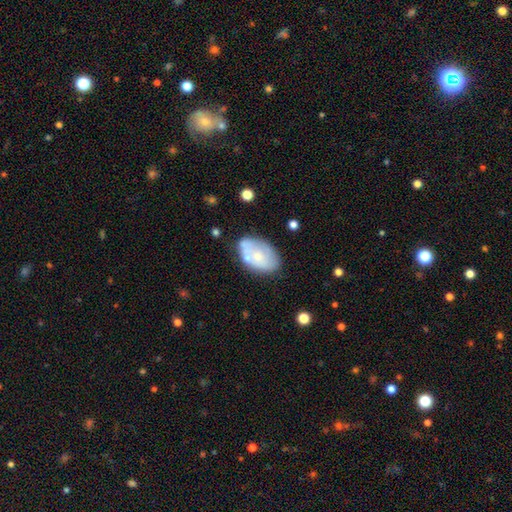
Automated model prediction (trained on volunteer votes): Morphology: type=smooth (54%); roundness=in between (90%); merging=none (55%).